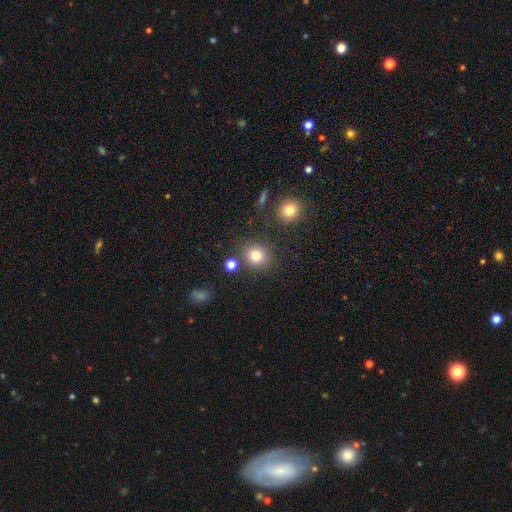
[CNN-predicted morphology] smooth 79%, star or artifact 14%, featured or disk 7%. Down the decision tree: how rounded — round (86%); merging — none (81%).